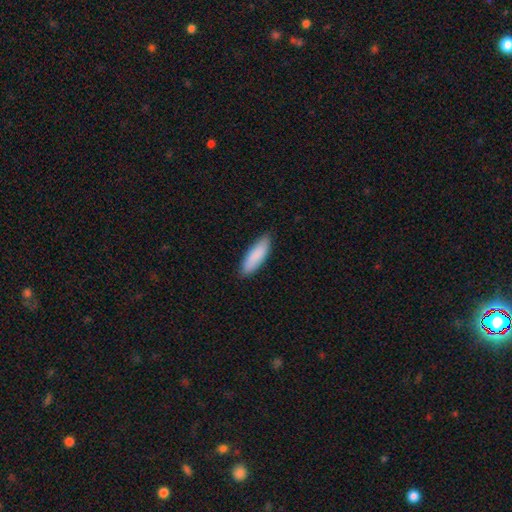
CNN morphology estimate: smooth-or-featured: smooth: 88% | featured or disk: 7% | star or artifact: 5%
  how-rounded: in between: 52% | cigar-shaped: 47% | round: 1%
  merging: none: 85% | minor disturbance: 12% | major disturbance: 2% | merger: 1%